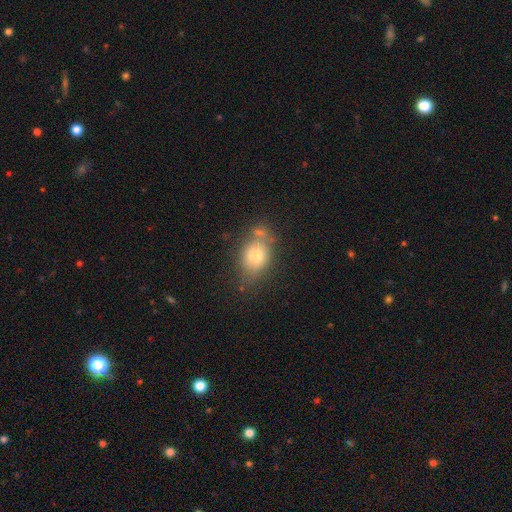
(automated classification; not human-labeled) Smooth or featured? Predicted: smooth (p=0.69). How rounded? Predicted: in between (p=0.76). Merging? Predicted: none (p=0.55).